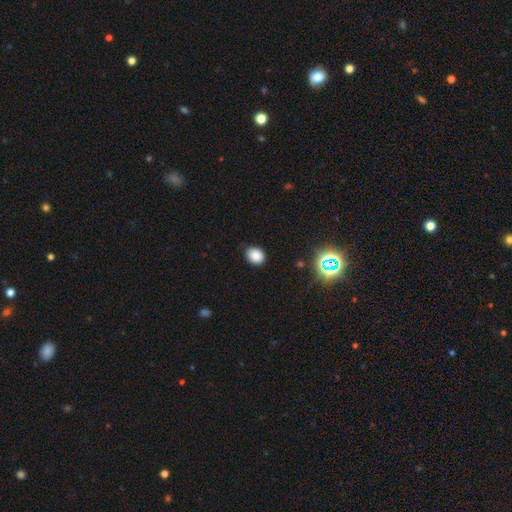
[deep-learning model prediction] This is clearly a smooth galaxy (83%). How rounded: possibly round (57%). Merging: clearly none (84%).